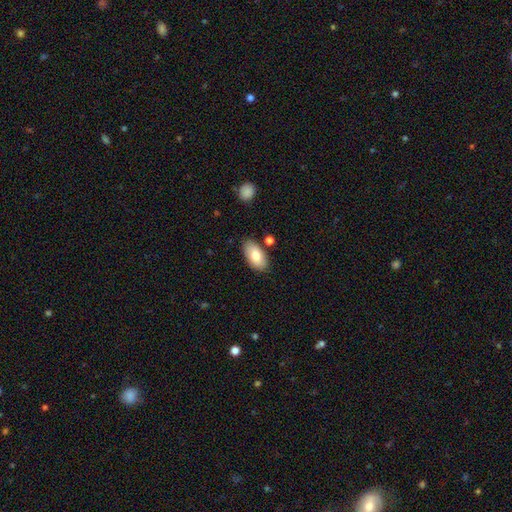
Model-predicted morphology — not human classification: Smooth or featured? smooth (80%)
How rounded? in between (94%)
Merging? none (81%)